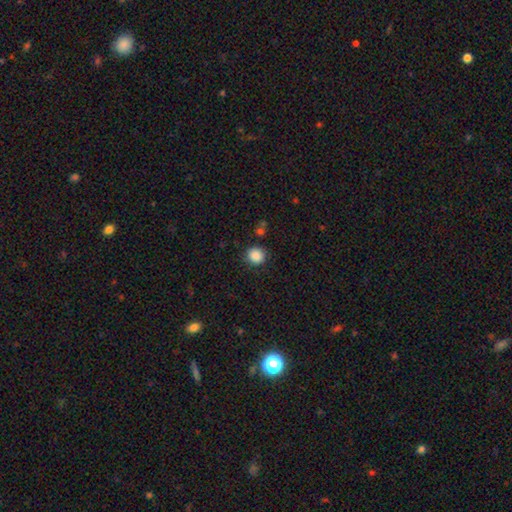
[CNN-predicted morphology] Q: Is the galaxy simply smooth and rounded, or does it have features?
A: smooth — 87%.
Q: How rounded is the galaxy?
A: round — 86%.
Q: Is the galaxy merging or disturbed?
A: none — 85%.